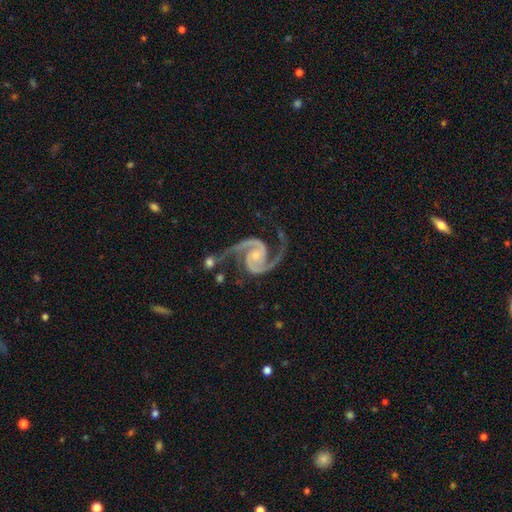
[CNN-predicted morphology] A featured or disk galaxy (95%) with no bar (66%), 2 (95%) medium (62%) spiral arms (99%) and a small central bulge (63%). Merging: none (67%).